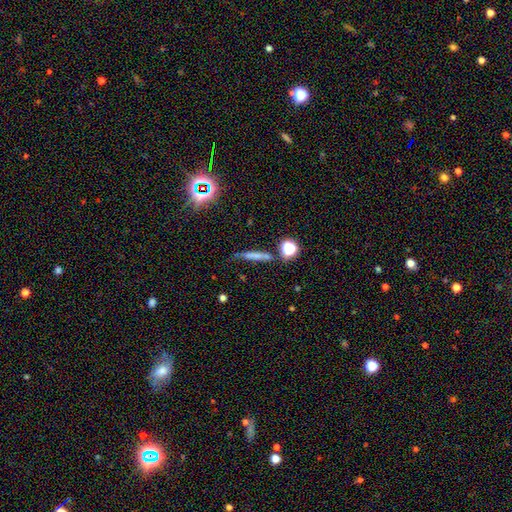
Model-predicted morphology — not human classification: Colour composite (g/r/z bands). It shows a smooth galaxy with no disk features (60%) that is cigar-shaped (85%). Merging: none (67%).